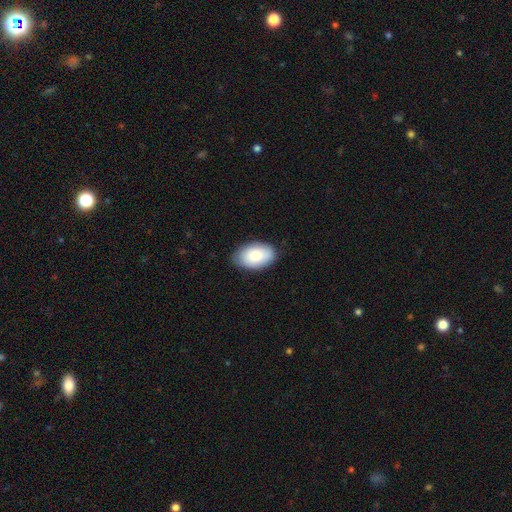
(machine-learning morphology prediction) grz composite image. It shows a smooth galaxy with no disk features (83%) that is in between round and cigar-shaped (93%). Merging: none (83%).